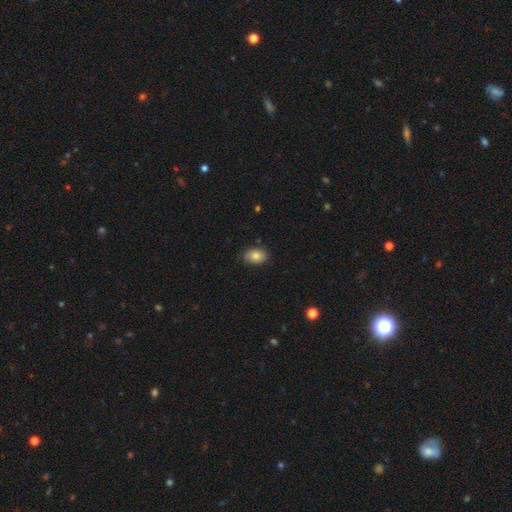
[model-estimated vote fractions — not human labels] Smooth or featured: smooth — 83% (featured or disk — 9%)
How rounded: in between — 81% (round — 18%)
Merging: none — 80% (minor disturbance — 16%)